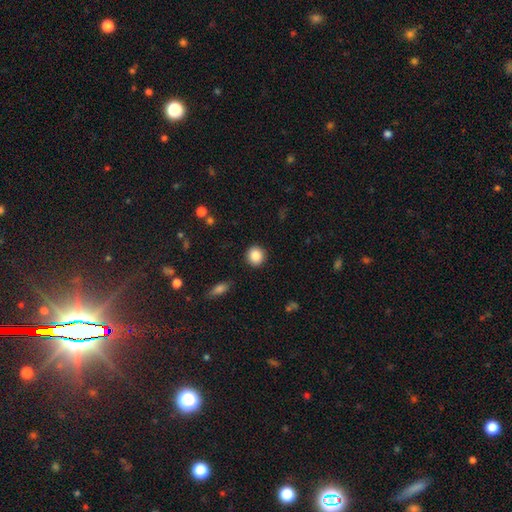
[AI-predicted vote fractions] Morphology: type=smooth (87%); roundness=round (89%); merging=none (91%).